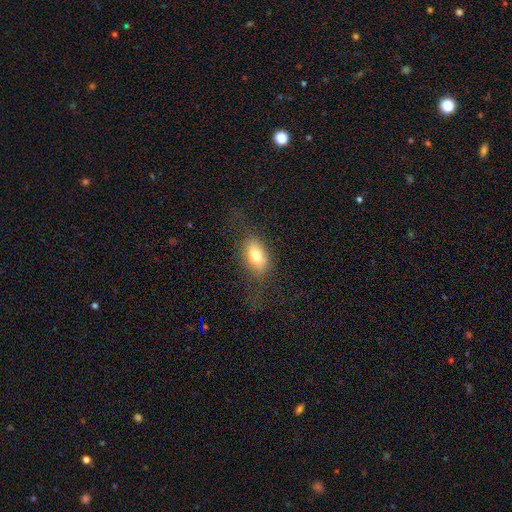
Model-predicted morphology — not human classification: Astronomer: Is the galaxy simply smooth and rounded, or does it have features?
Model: smooth — 71%.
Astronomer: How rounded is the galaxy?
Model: in between — 85%.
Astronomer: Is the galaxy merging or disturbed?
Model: none — 67%.